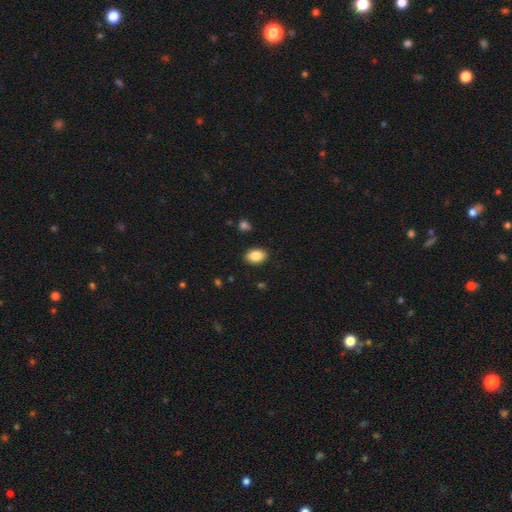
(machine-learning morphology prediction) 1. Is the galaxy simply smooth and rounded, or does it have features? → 87% smooth, 8% star or artifact, 5% featured or disk.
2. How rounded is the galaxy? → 85% in between, 14% round, 1% cigar-shaped.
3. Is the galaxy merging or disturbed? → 88% none, 9% minor disturbance, 2% major disturbance, 1% merger.